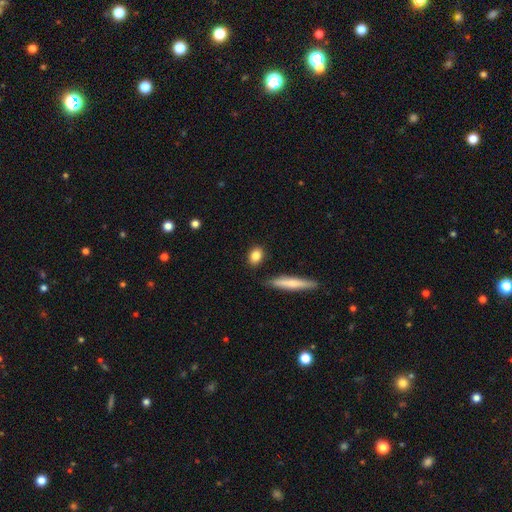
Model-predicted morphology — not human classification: The model was most divided on "how rounded": in between: 62%, round: 29%, cigar-shaped: 10%. More confident: merging — none (85%); smooth or featured — smooth (84%).